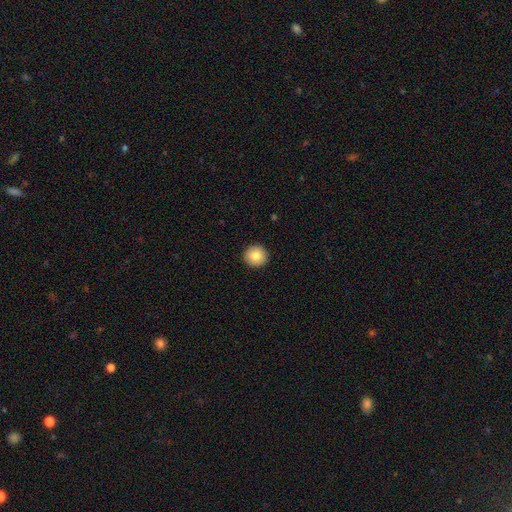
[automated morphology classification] A smooth galaxy with no disk features (84%) that is round (95%). Merging: none (93%).